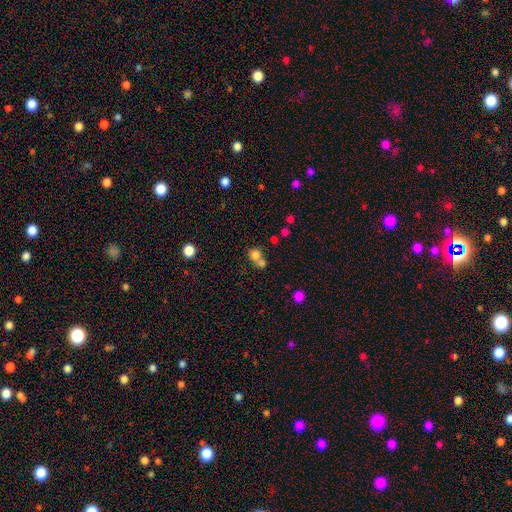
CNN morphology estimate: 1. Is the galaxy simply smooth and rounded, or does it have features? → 76% smooth, 13% star or artifact, 11% featured or disk.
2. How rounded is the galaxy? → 79% round, 20% in between, 1% cigar-shaped.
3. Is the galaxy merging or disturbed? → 53% merger, 37% none, 7% minor disturbance, 3% major disturbance.